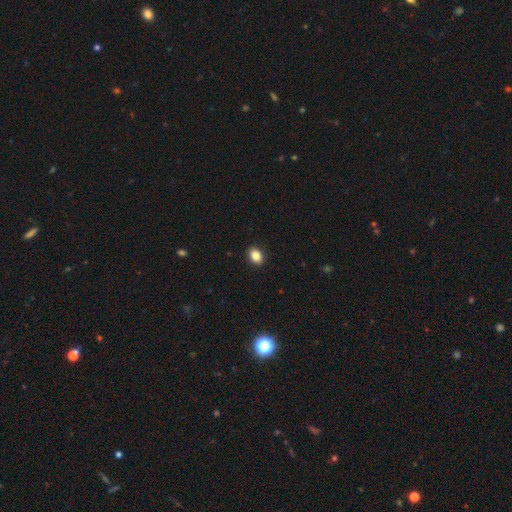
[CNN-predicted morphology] A smooth galaxy with no disk features (86%) that is in between round and cigar-shaped (68%).

Vote fractions:
- Smooth or featured? smooth: 86% / star or artifact: 9% / featured or disk: 5%
- How rounded? in between: 68% / round: 31% / cigar-shaped: 1%
- Merging? none: 91% / minor disturbance: 6% / major disturbance: 2% / merger: 1%